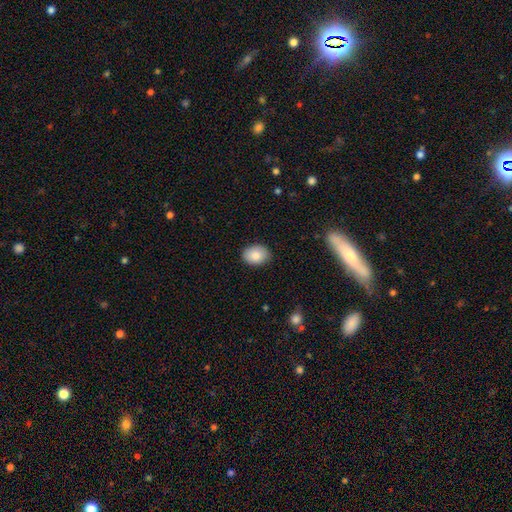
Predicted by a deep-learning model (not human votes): Smooth or featured? smooth (86%)
How rounded? in between (71%)
Merging? none (86%)